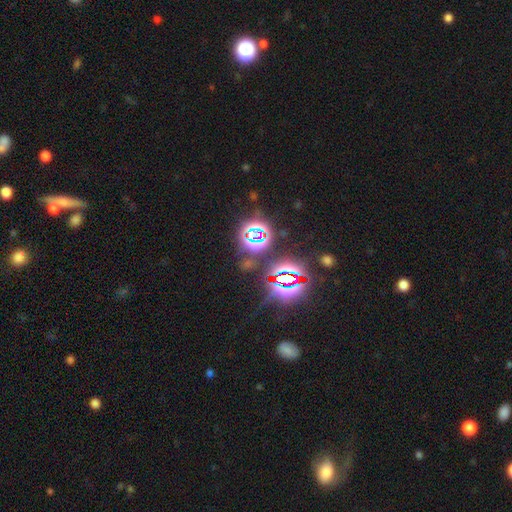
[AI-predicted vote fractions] Smooth or featured? Predicted: star or artifact (p=0.80).